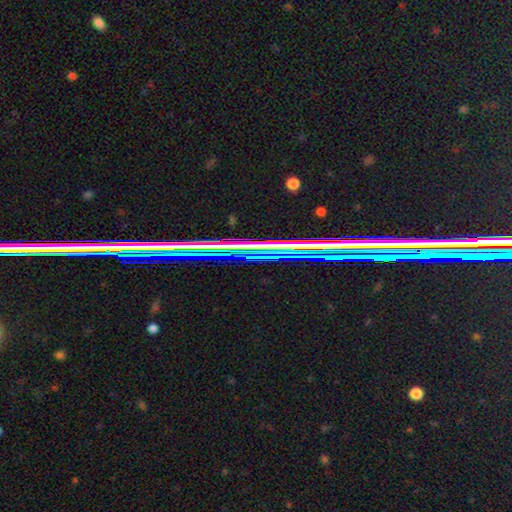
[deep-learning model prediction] This appears to be a star or artifact, not a galaxy (81%).